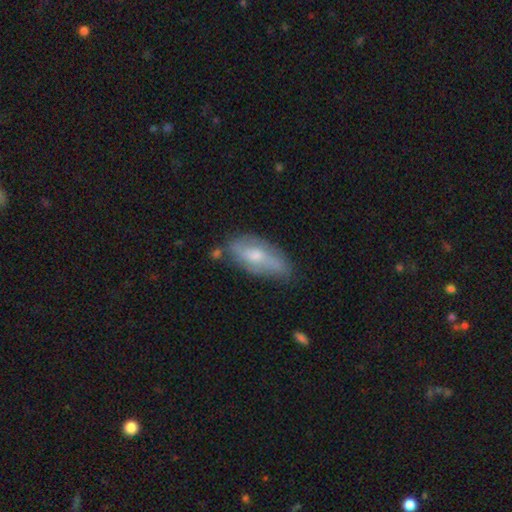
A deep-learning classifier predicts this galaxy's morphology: Smooth or featured: featured or disk — 49% (smooth — 44%)
Merging: none — 60% (minor disturbance — 28%)